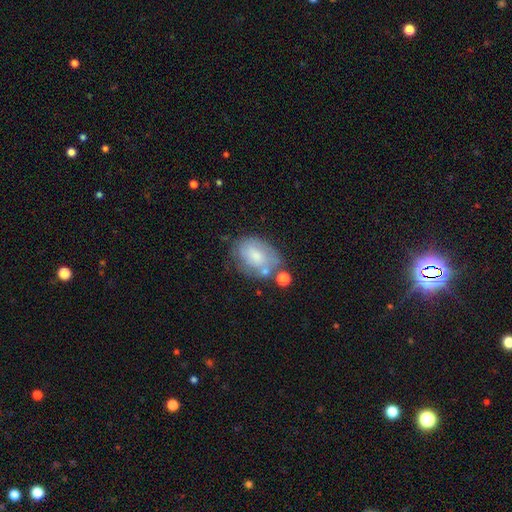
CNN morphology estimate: smooth_or_featured: smooth (p=0.57) [alt: featured or disk p=0.35]
how_rounded: in between (p=0.80) [alt: round p=0.19]
merging: none (p=0.50) [alt: minor disturbance p=0.26]